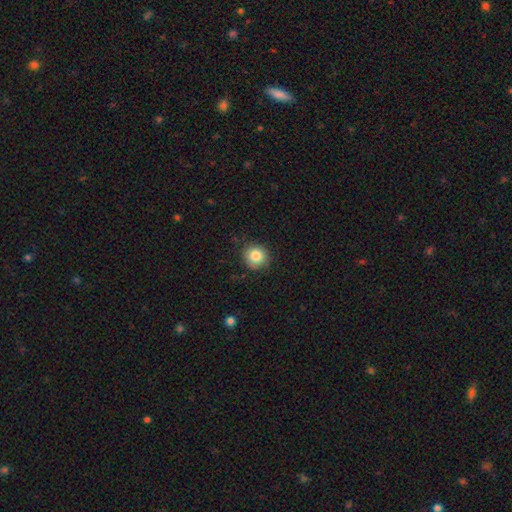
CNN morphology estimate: This is clearly a smooth galaxy (84%). How rounded: clearly round (91%). Merging: clearly none (85%).